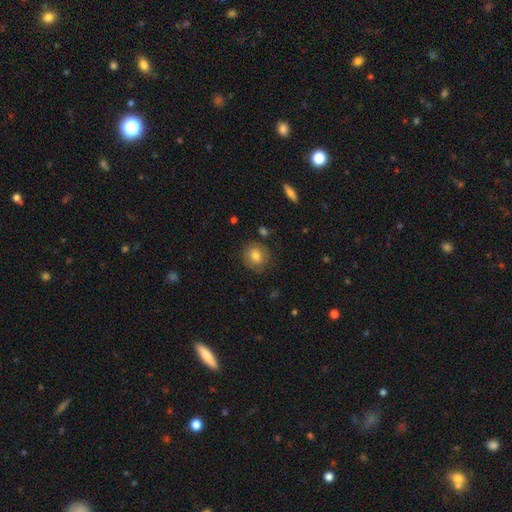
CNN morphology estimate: This appears to be a smooth galaxy with no disk features (73%) that is round (79%). Merging: none (80%).